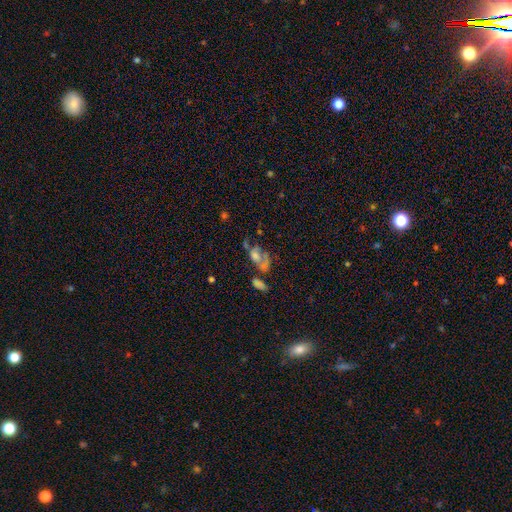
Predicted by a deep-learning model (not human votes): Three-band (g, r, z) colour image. It shows a featured or disk galaxy (42%). Merging: merger (34%).